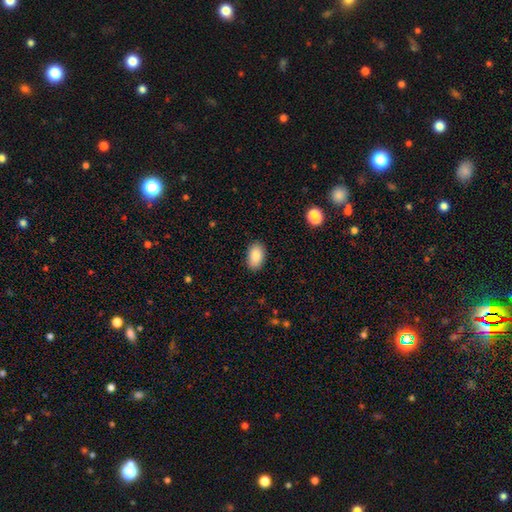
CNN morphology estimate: This is clearly a smooth galaxy (89%). How rounded: clearly in between (93%). Merging: clearly none (88%).